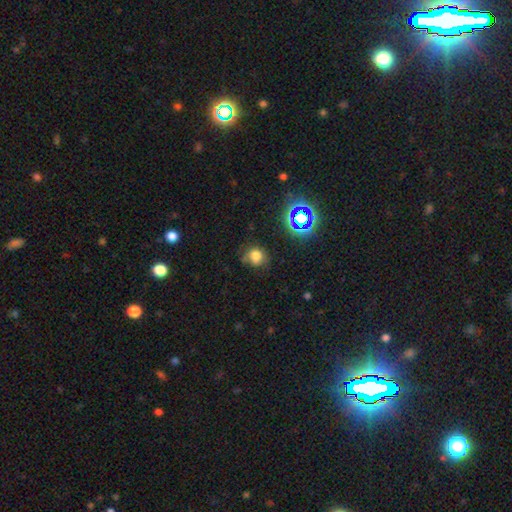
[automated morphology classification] Q: Smooth or featured?
A: smooth (70%); runner-up: star or artifact (19%)
Q: How rounded?
A: round (77%); runner-up: in between (22%)
Q: Merging?
A: none (65%); runner-up: minor disturbance (23%)